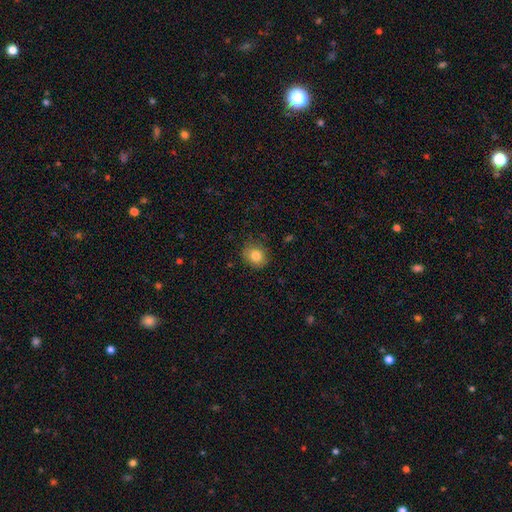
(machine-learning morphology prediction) This appears to be a smooth galaxy with no disk features (82%) that is round (77%). Merging: none (83%).